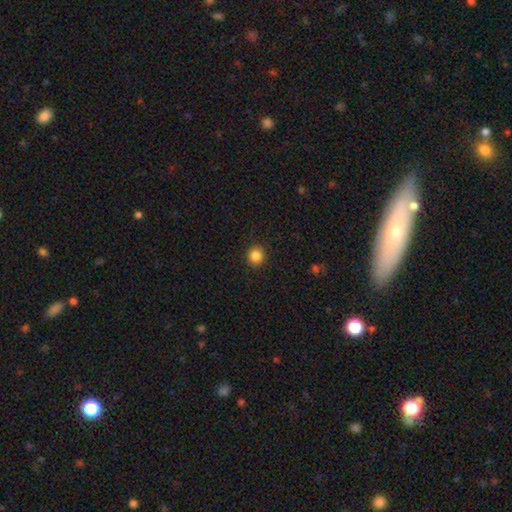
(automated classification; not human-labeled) Morphology: type=smooth (86%); roundness=round (91%); merging=none (91%).